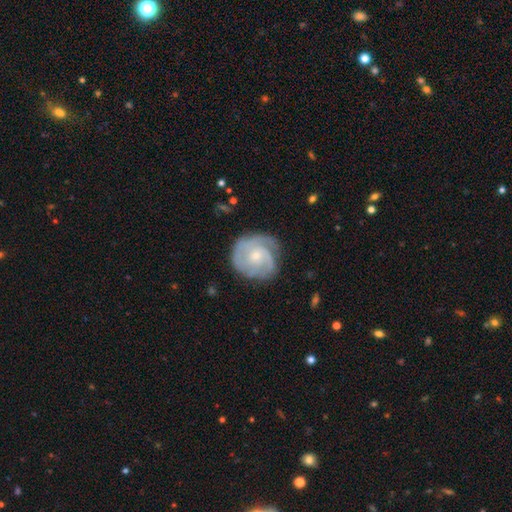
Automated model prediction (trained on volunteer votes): A featured or disk galaxy (81%) with no bar (74%), 3 (31%) tight (60%) spiral arms (95%) and a small central bulge (66%). Merging: none (72%).